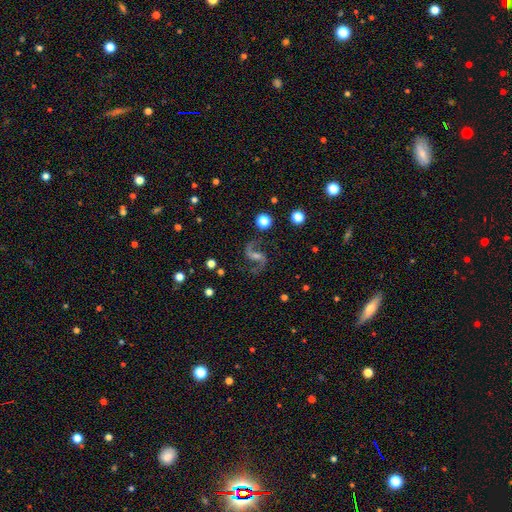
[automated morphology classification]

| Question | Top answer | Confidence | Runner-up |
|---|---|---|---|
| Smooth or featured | featured or disk | 89% | star or artifact (7%) |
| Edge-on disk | no | 98% | yes (2%) |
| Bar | weak | 46% | no (29%) |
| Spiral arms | yes | 98% | no (2%) |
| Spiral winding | loose | 54% | medium (40%) |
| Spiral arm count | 2 | 94% | can't tell (1%) |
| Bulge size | small | 51% | moderate (34%) |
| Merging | none | 81% | minor disturbance (11%) |